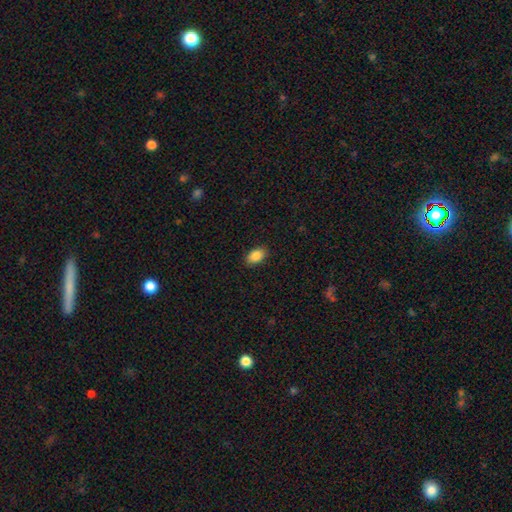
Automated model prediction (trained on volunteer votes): Smooth or featured? smooth (88%)
How rounded? in between (90%)
Merging? none (88%)